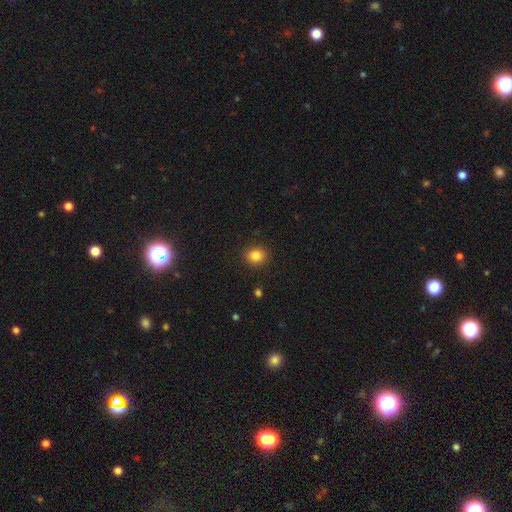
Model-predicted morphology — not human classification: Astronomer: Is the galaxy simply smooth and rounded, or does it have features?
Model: smooth — 84%.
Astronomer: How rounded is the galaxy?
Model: round — 72%.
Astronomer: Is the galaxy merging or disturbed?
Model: none — 90%.